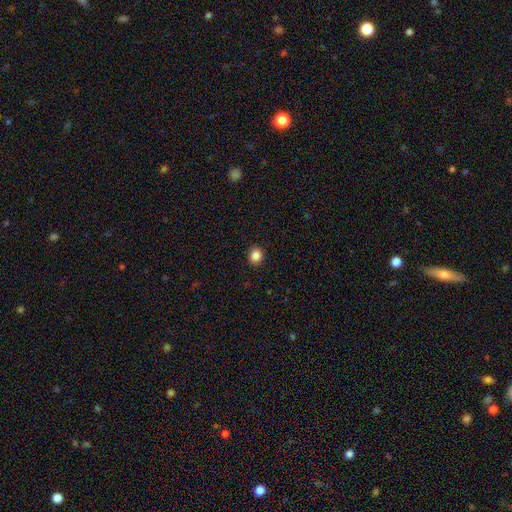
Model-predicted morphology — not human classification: The model was most divided on "how rounded": round: 69%, in between: 30%, cigar-shaped: 1%. More confident: merging — none (92%); smooth or featured — smooth (87%).